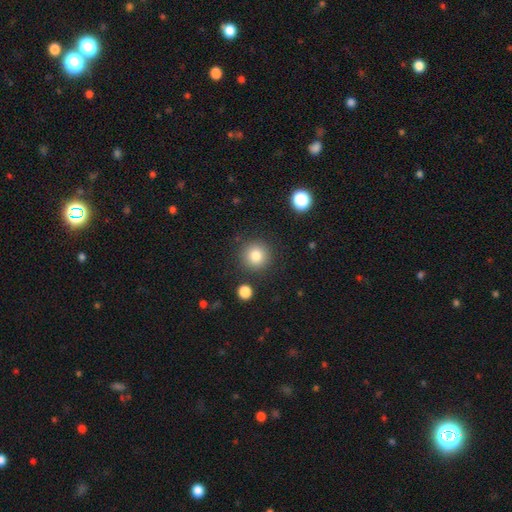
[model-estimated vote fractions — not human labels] smooth 81%, star or artifact 11%, featured or disk 8%. Down the decision tree: how rounded — round (94%); merging — none (87%).